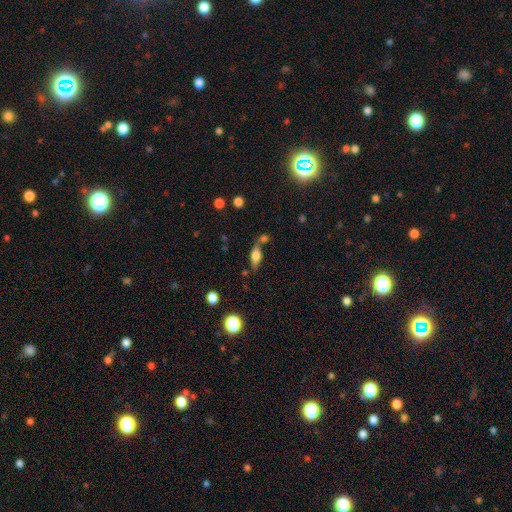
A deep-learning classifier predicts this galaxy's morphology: smooth 56%, featured or disk 34%, star or artifact 10%. Down the decision tree: how rounded — in between (67%); merging — none (61%).